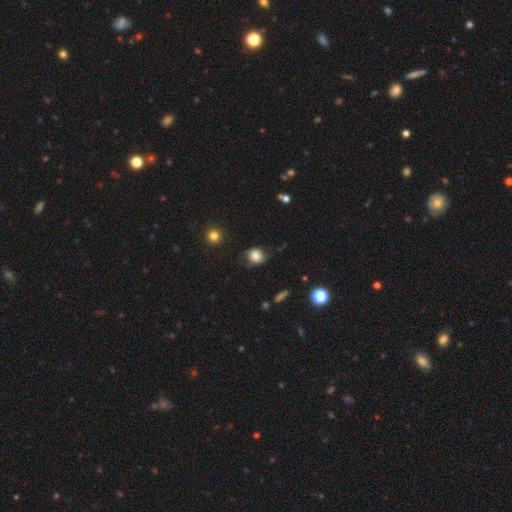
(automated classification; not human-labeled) Q: Smooth or featured?
A: smooth (71%); runner-up: featured or disk (20%)
Q: How rounded?
A: round (62%); runner-up: in between (37%)
Q: Merging?
A: none (62%); runner-up: minor disturbance (26%)